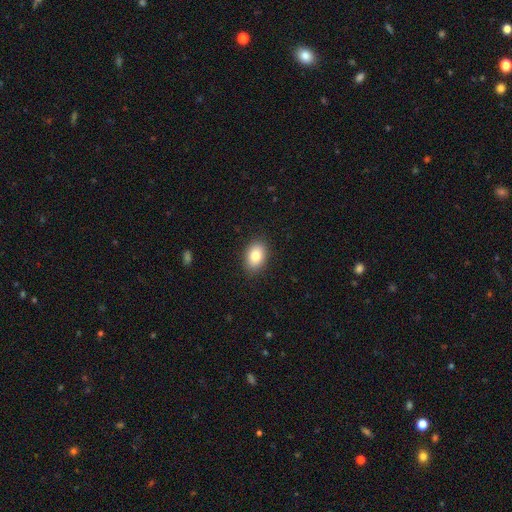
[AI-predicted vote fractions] smooth 81%, featured or disk 10%, star or artifact 9%. Down the decision tree: how rounded — in between (78%); merging — none (89%).